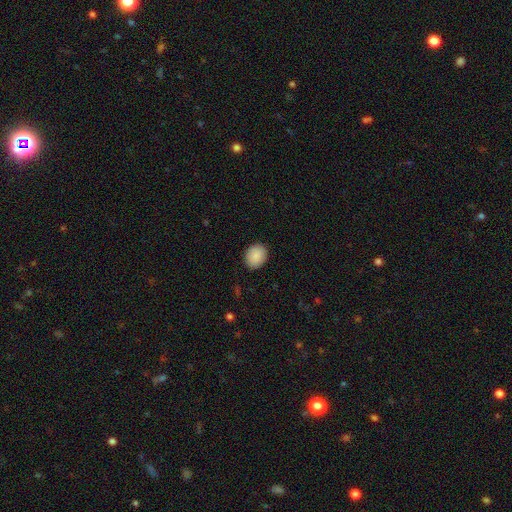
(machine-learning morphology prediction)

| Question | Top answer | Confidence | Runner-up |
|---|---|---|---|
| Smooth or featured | smooth | 90% | star or artifact (7%) |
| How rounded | round | 54% | in between (46%) |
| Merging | none | 89% | minor disturbance (8%) |